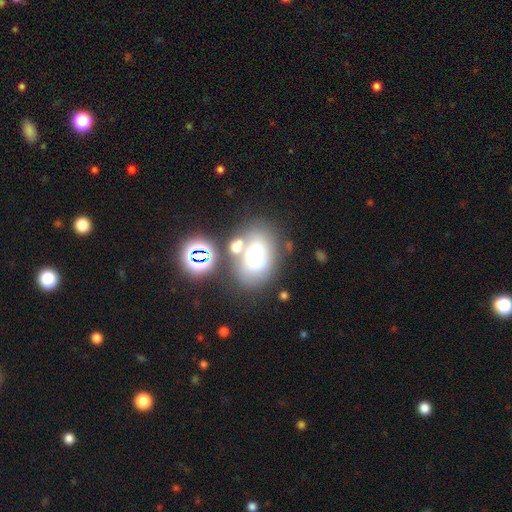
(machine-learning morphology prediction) This appears to be a smooth galaxy with no disk features (55%) that is in between round and cigar-shaped (70%). Merging: none (50%).